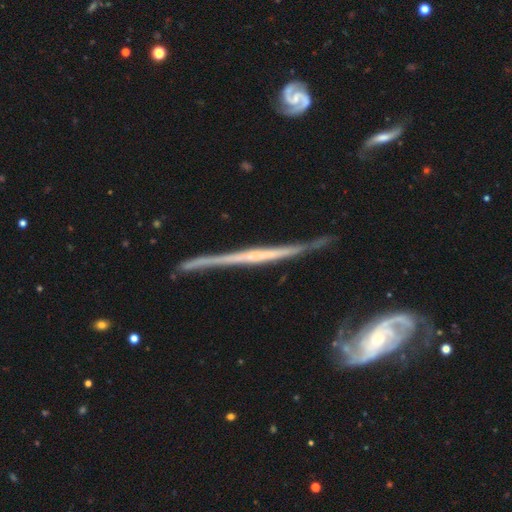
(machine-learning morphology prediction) Smooth or featured? Predicted: featured or disk (p=0.82). Edge-on disk? Predicted: yes (p=0.92). Edge-on bulge? Predicted: none (p=0.71). Merging? Predicted: none (p=0.69).